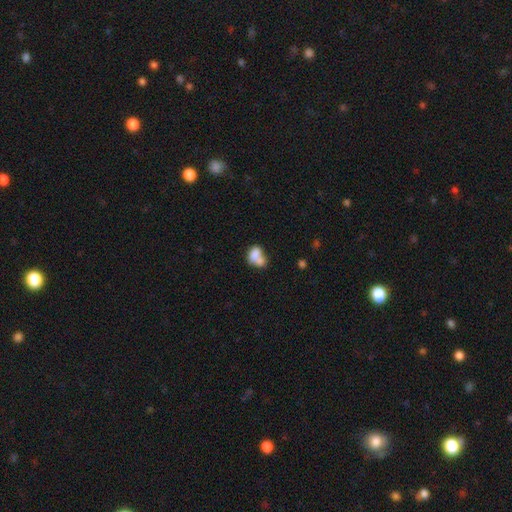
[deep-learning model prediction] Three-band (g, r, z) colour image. It shows a smooth galaxy with no disk features (74%) that is in between round and cigar-shaped (74%). Merging: merger (61%).